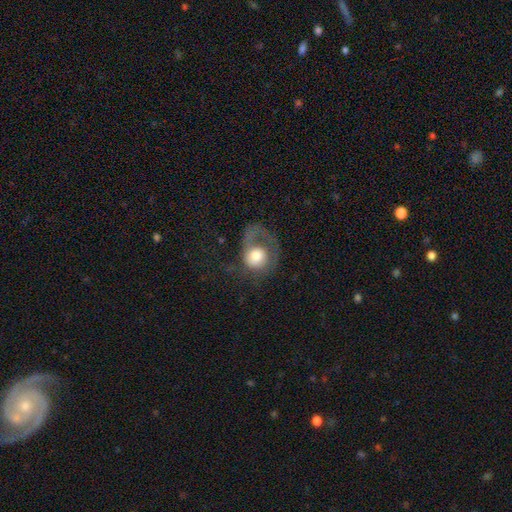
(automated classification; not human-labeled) Overall: smooth (47%; featured or disk 45%). Merging: major disturbance (56%; none 25%).